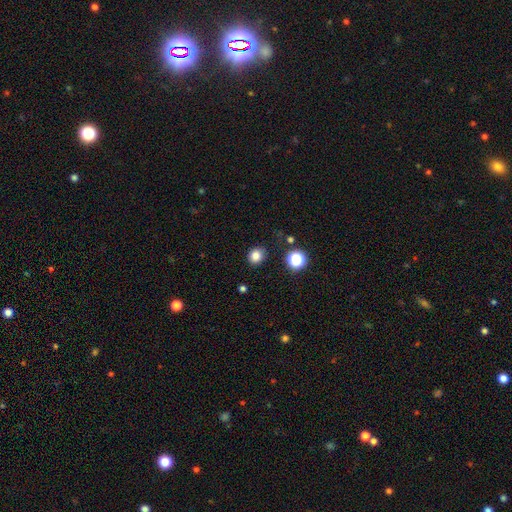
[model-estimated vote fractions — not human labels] This appears to be a smooth galaxy with no disk features (82%) that is round (71%). Merging: none (86%).